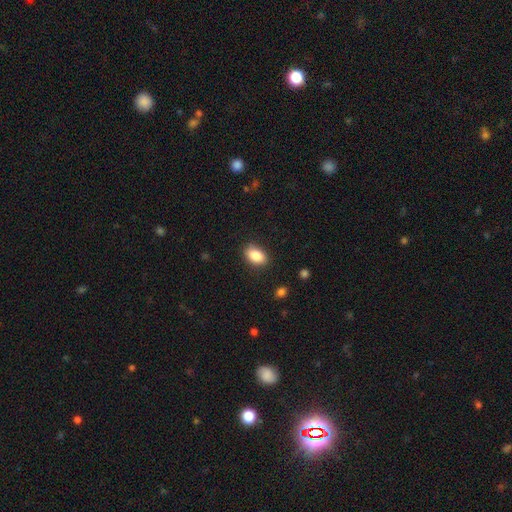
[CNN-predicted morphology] A smooth galaxy with no disk features (88%) that is in between round and cigar-shaped (89%).

Vote fractions:
- Smooth or featured? smooth: 88% / star or artifact: 7% / featured or disk: 5%
- How rounded? in between: 89% / round: 9% / cigar-shaped: 2%
- Merging? none: 86% / minor disturbance: 10% / major disturbance: 3% / merger: 1%